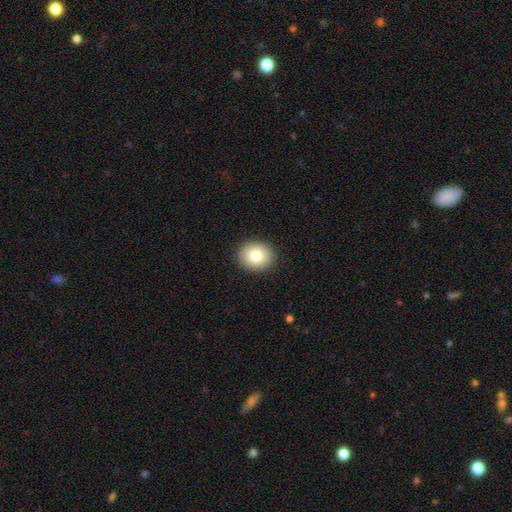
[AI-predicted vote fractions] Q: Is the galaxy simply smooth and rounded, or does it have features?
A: smooth — 80%.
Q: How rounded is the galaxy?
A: round — 74%.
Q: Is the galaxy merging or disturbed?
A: none — 91%.